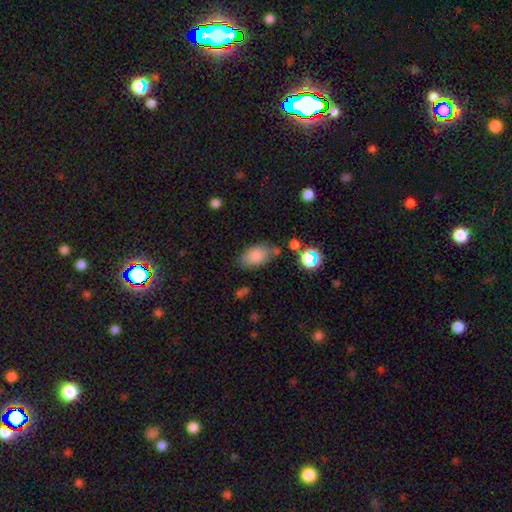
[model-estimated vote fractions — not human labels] Morphology: type=smooth (81%); roundness=in between (91%); merging=none (71%).